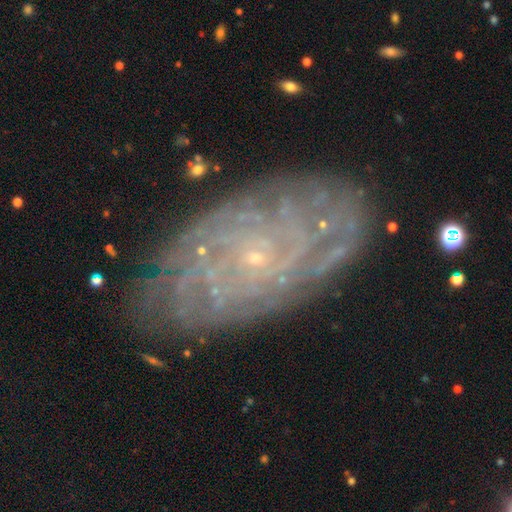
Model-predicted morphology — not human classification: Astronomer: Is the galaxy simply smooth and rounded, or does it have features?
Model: featured or disk — 83%.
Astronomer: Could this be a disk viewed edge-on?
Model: no — 95%.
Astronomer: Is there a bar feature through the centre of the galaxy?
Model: no — 80%.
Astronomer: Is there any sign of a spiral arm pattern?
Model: yes — 96%.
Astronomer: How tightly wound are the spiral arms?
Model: tight — 82%.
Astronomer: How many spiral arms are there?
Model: can't tell — 33% (runner-up: more than 4, 27%).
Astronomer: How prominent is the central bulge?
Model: small — 90%.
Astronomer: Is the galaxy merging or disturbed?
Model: none — 83%.